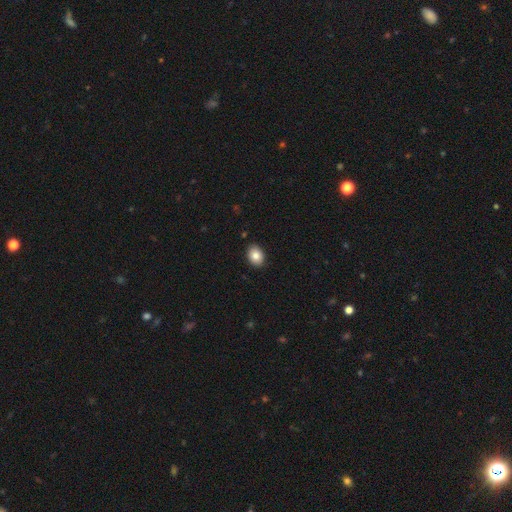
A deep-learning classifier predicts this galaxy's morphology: Smooth or featured? Predicted: smooth (p=0.84). How rounded? Predicted: in between (p=0.71). Merging? Predicted: none (p=0.89).